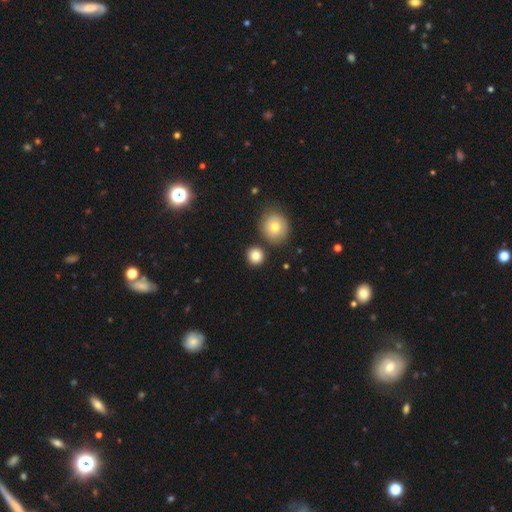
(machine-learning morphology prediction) smooth-or-featured: smooth: 83% | star or artifact: 10% | featured or disk: 7%
  how-rounded: round: 90% | in between: 9% | cigar-shaped: 1%
  merging: none: 84% | minor disturbance: 7% | merger: 7% | major disturbance: 2%